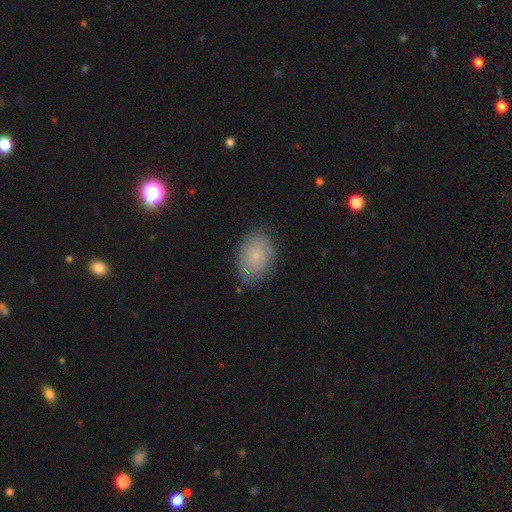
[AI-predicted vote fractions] Smooth or featured: smooth — 71% (featured or disk — 21%)
How rounded: in between — 83% (round — 16%)
Merging: none — 79% (minor disturbance — 16%)